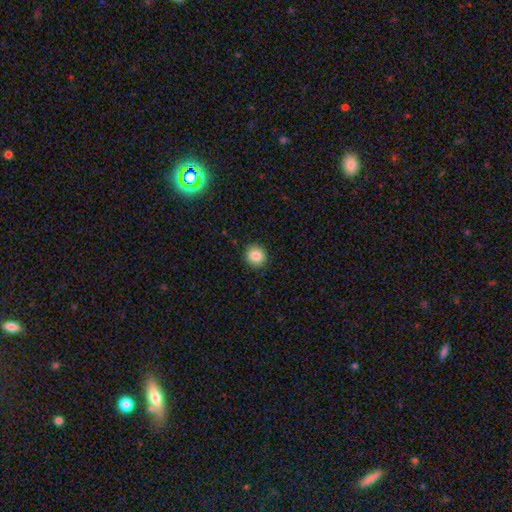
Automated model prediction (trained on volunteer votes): A smooth galaxy with no disk features (86%) that is round (90%). Merging: none (92%).